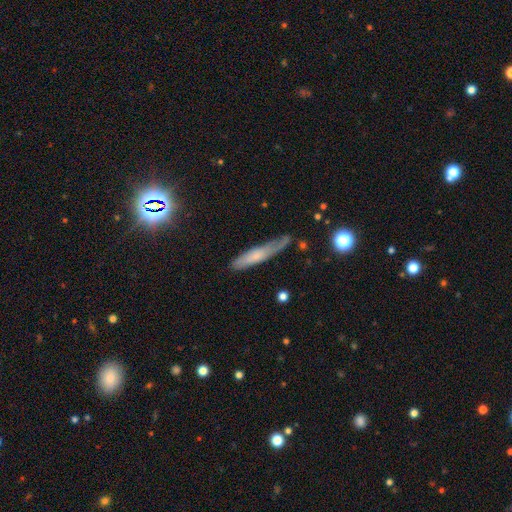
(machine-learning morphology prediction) This is possibly a smooth galaxy (54%). How rounded: clearly cigar-shaped (86%). Merging: possibly none (59%).